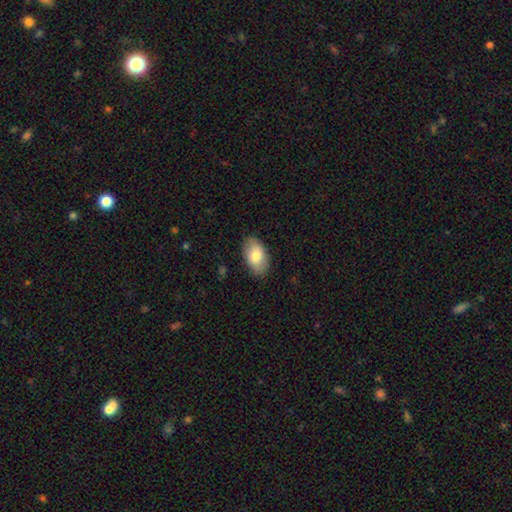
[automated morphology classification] smooth-or-featured: smooth: 79% | featured or disk: 15% | star or artifact: 6%
  how-rounded: in between: 94% | round: 5% | cigar-shaped: 2%
  merging: none: 85% | minor disturbance: 11% | major disturbance: 2% | merger: 1%